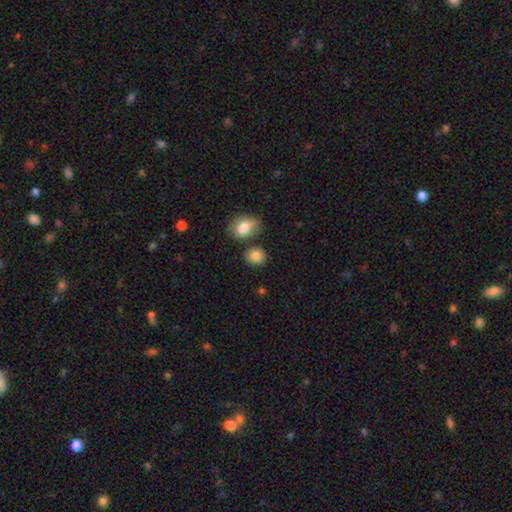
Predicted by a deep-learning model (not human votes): Smooth or featured: smooth — 85% (star or artifact — 9%)
How rounded: round — 67% (in between — 31%)
Merging: none — 75% (minor disturbance — 13%)